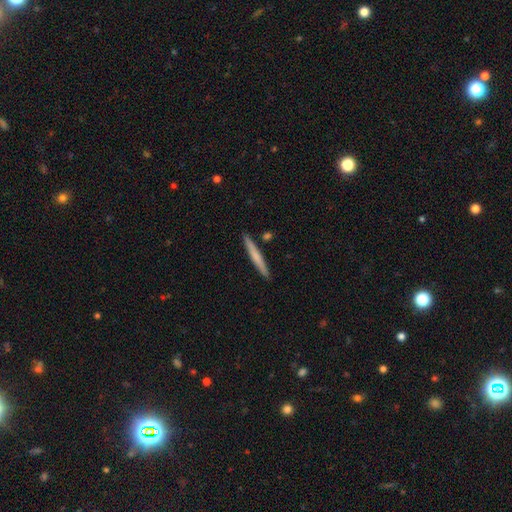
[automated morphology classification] Overall: smooth (63%; featured or disk 32%). How rounded: cigar-shaped (96%). Merging: none (90%).